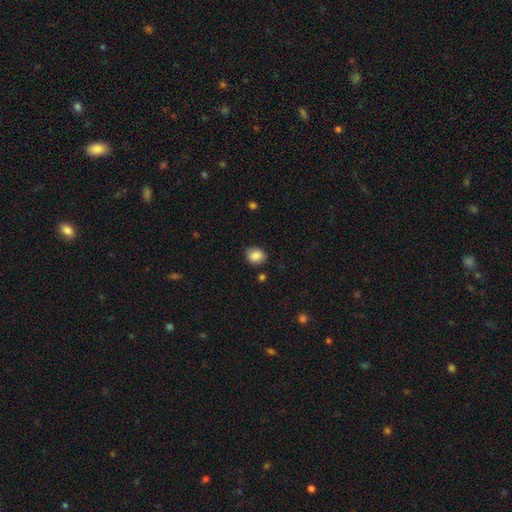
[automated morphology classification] Q: Smooth or featured?
A: smooth (86%); runner-up: star or artifact (8%)
Q: How rounded?
A: round (55%); runner-up: in between (44%)
Q: Merging?
A: none (79%); runner-up: minor disturbance (15%)